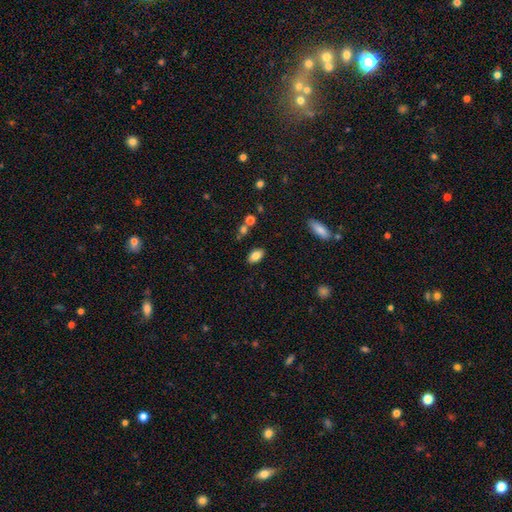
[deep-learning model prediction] The model was most divided on "smooth or featured": smooth: 82%, featured or disk: 10%, star or artifact: 9%. More confident: how rounded — in between (90%); merging — none (85%).